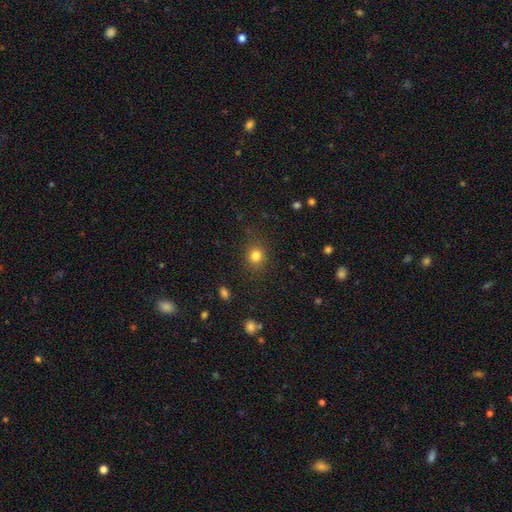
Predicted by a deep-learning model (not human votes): smooth-or-featured: smooth: 81% | star or artifact: 13% | featured or disk: 6%
  how-rounded: round: 80% | in between: 19% | cigar-shaped: 1%
  merging: none: 87% | minor disturbance: 9% | major disturbance: 3% | merger: 1%